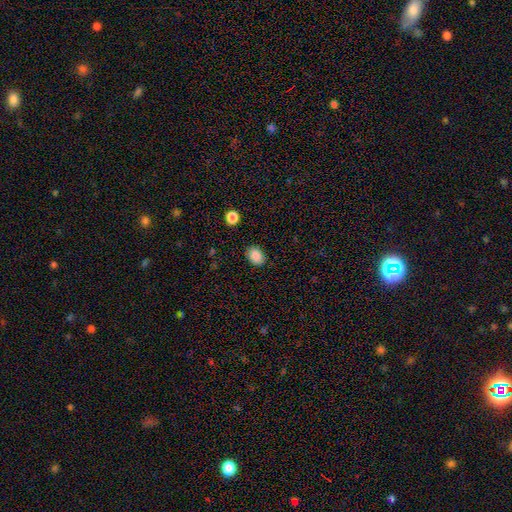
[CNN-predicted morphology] Smooth or featured? Predicted: smooth (p=0.88). How rounded? Predicted: in between (p=0.68). Merging? Predicted: none (p=0.86).